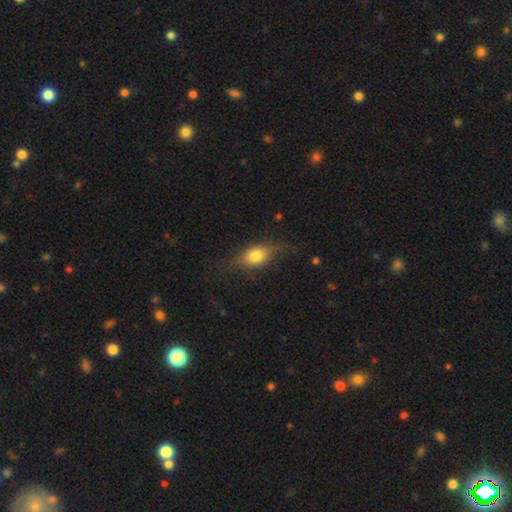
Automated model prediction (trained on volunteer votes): smooth_or_featured: smooth (p=0.73) [alt: featured or disk p=0.18]
how_rounded: in between (p=0.71) [alt: round p=0.23]
merging: none (p=0.65) [alt: minor disturbance p=0.23]